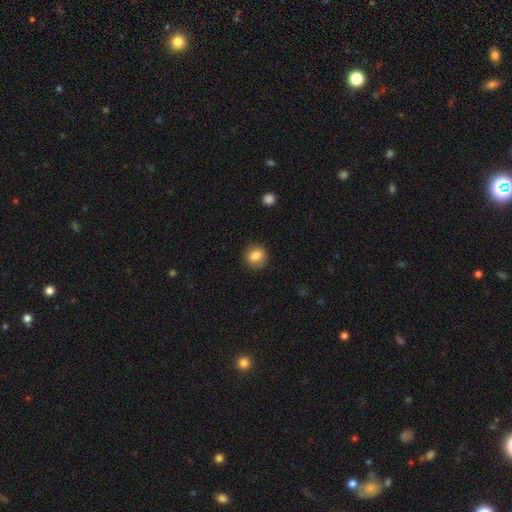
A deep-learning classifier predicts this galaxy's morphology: A smooth galaxy with no disk features (83%) that is round (76%). Merging: none (87%).